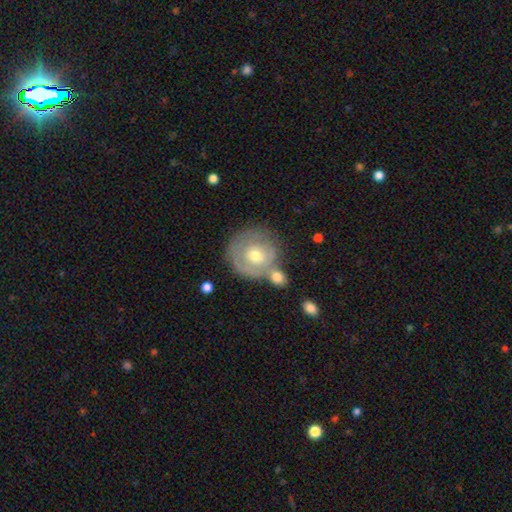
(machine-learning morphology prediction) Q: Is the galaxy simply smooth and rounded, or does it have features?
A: featured or disk — 52%.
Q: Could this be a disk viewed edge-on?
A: no — 96%.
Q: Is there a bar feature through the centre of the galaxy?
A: no — 82%.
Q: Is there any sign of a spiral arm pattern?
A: yes — 50%, tied with no.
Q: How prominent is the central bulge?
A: moderate — 67%.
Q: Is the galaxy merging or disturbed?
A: none — 53%.